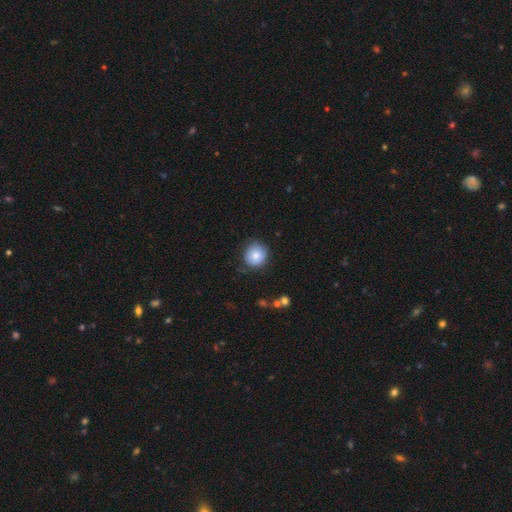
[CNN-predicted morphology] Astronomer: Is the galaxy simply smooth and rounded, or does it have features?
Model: smooth — 83%.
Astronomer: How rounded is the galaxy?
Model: round — 91%.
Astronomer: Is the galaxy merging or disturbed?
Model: none — 77%.